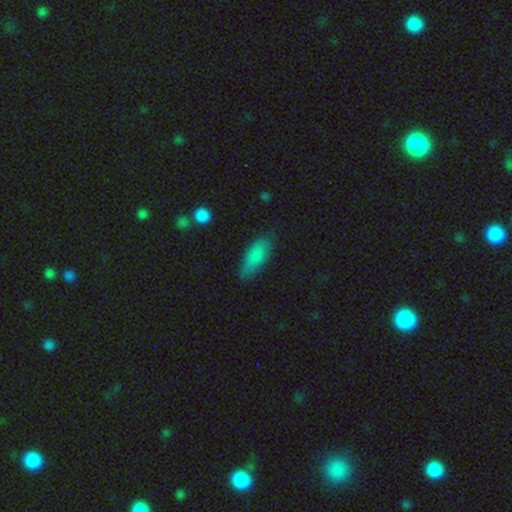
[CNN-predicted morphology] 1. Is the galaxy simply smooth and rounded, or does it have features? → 84% smooth, 9% featured or disk, 7% star or artifact.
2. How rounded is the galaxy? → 75% in between, 23% cigar-shaped, 2% round.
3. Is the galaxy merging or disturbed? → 75% none, 19% minor disturbance, 4% major disturbance, 2% merger.